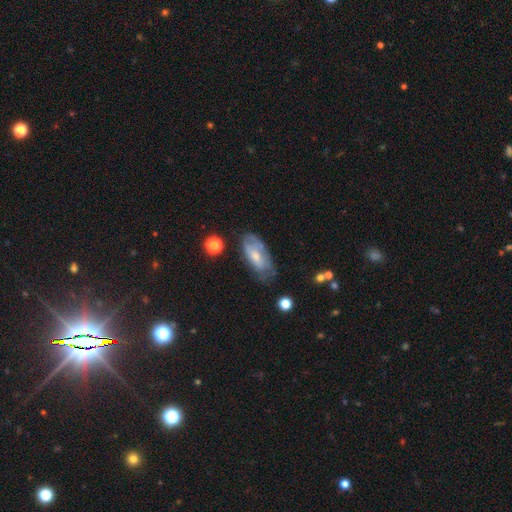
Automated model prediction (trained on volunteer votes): Smooth or featured? smooth (47%)
Merging? none (55%)